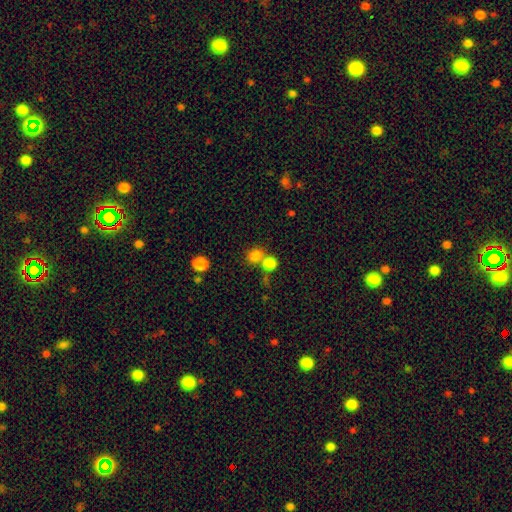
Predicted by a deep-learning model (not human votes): The model was most divided on "merging": none: 52%, merger: 37%, minor disturbance: 8%, major disturbance: 4%. More confident: smooth or featured — smooth (81%); how rounded — round (73%).